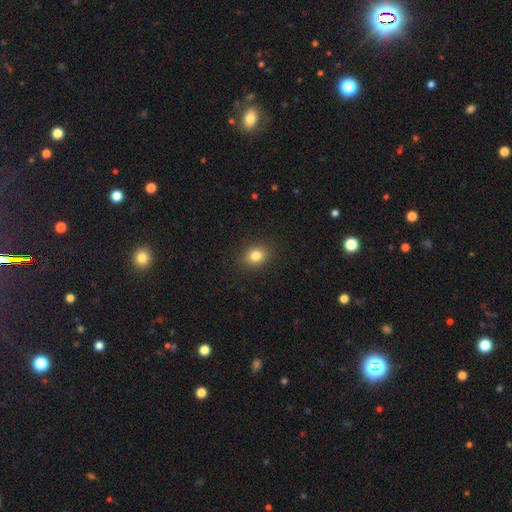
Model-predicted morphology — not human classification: Smooth or featured? Predicted: smooth (p=0.82). How rounded? Predicted: round (p=0.51). Merging? Predicted: none (p=0.89).